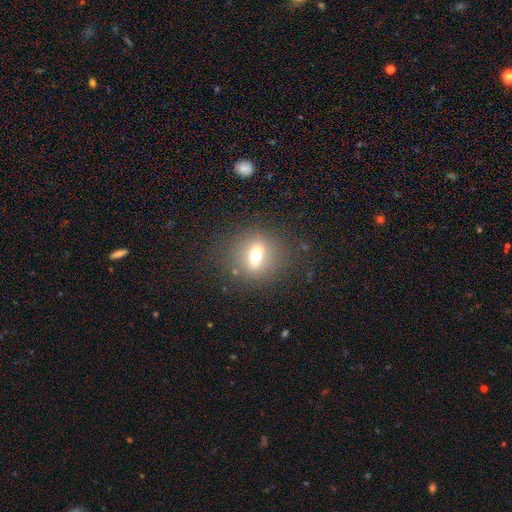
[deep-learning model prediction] Q: Smooth or featured?
A: smooth (49%); runner-up: featured or disk (34%)
Q: Merging?
A: none (84%); runner-up: minor disturbance (9%)